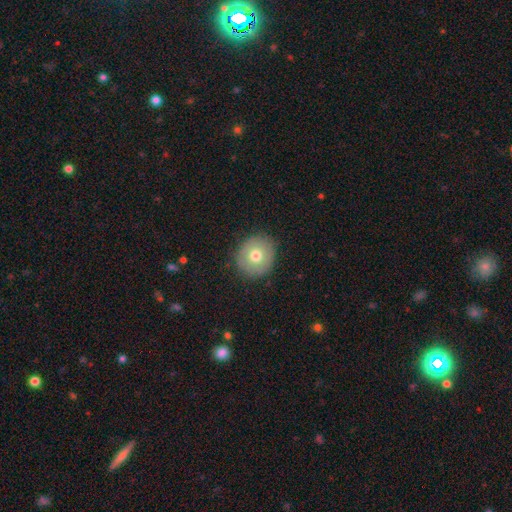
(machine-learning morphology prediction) Smooth or featured?
  - smooth: 69% *
  - featured or disk: 22%
  - star or artifact: 9%
How rounded?
  - round: 88% *
  - in between: 11%
  - cigar-shaped: 1%
Merging?
  - none: 87% *
  - minor disturbance: 9%
  - major disturbance: 3%
  - merger: 1%